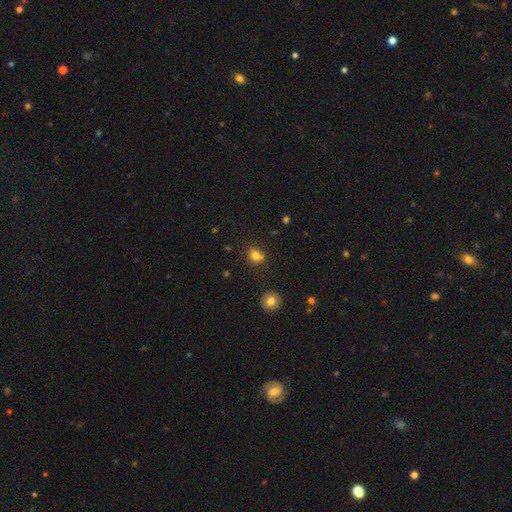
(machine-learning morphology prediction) A smooth galaxy with no disk features (77%) that is round (65%). Merging: none (65%).